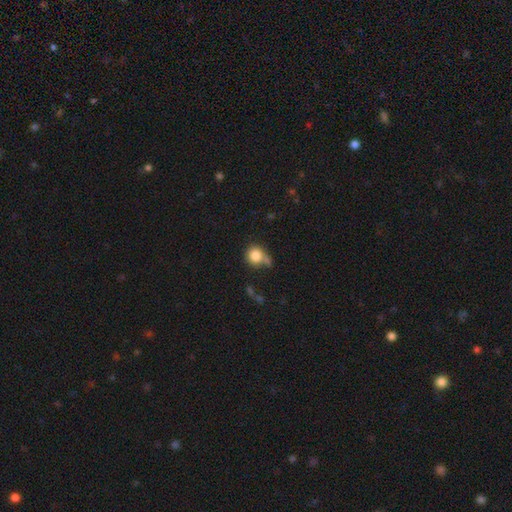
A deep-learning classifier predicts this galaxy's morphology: This is clearly a smooth galaxy (84%). How rounded: clearly round (88%). Merging: possibly none (55%).